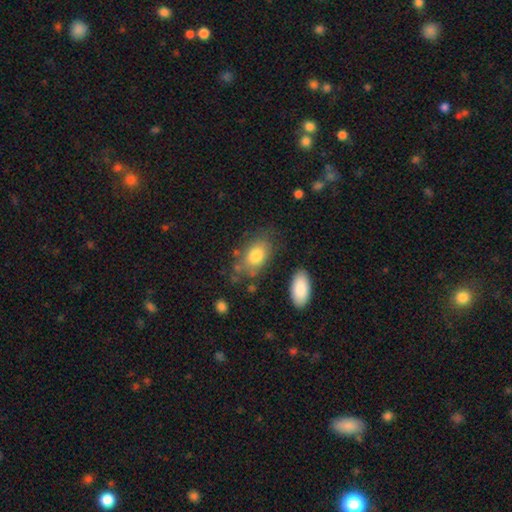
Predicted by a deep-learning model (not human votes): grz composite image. It shows a smooth galaxy with no disk features (79%) that is in between round and cigar-shaped (87%). Merging: none (65%).